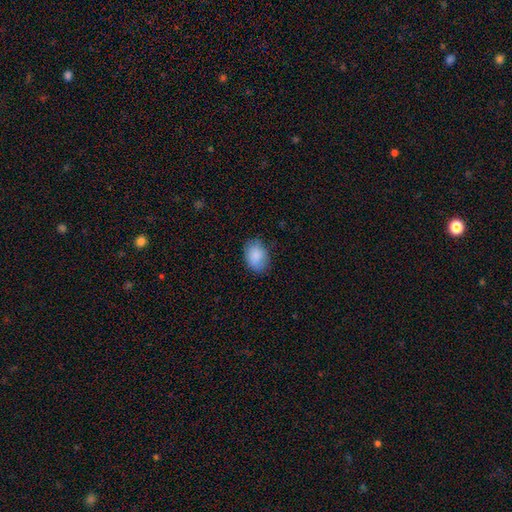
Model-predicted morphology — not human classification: The model was most divided on "how rounded": in between: 76%, round: 23%, cigar-shaped: 1%. More confident: smooth or featured — smooth (88%); merging — none (80%).